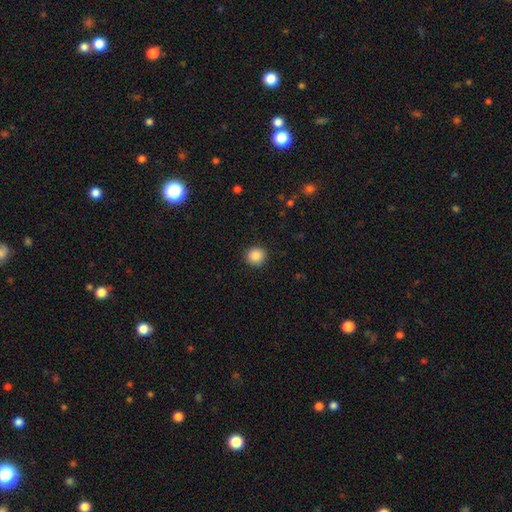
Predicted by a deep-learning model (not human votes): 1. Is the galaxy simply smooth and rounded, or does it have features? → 88% smooth, 9% star or artifact, 3% featured or disk.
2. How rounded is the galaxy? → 92% round, 7% in between, 1% cigar-shaped.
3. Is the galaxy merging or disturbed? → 91% none, 6% minor disturbance, 2% major disturbance, 1% merger.